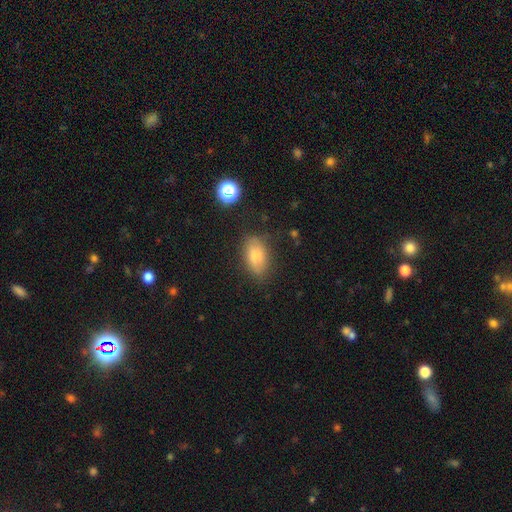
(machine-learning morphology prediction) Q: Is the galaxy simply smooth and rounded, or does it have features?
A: smooth — 76%.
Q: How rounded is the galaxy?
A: in between — 88%.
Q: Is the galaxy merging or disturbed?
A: none — 73%.